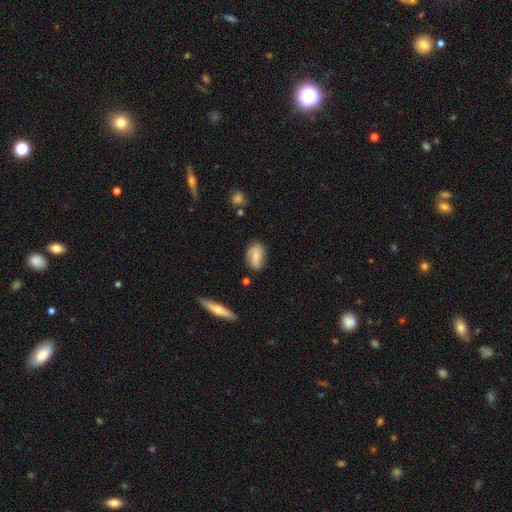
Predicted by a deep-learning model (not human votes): Overall: smooth (58%; featured or disk 34%). How rounded: in between (86%). Merging: none (72%).